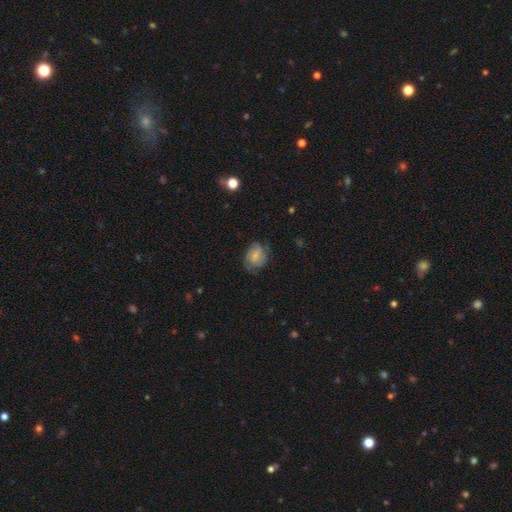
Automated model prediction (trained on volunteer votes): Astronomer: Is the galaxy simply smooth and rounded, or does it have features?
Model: smooth — 59%.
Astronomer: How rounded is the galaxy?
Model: in between — 54% (runner-up: round, 44%).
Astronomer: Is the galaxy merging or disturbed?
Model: none — 58%.